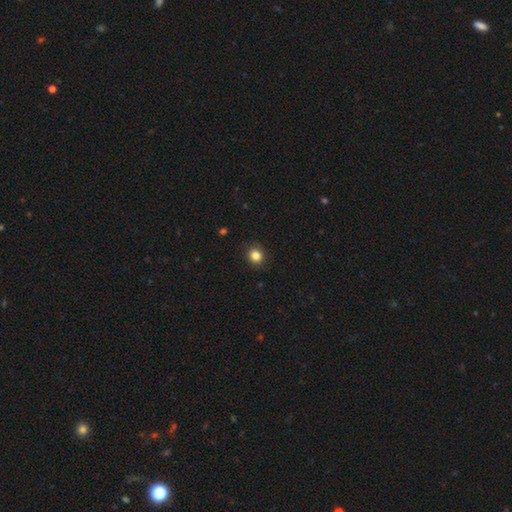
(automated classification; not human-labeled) This appears to be a smooth galaxy with no disk features (84%) that is round (84%). Merging: none (91%).